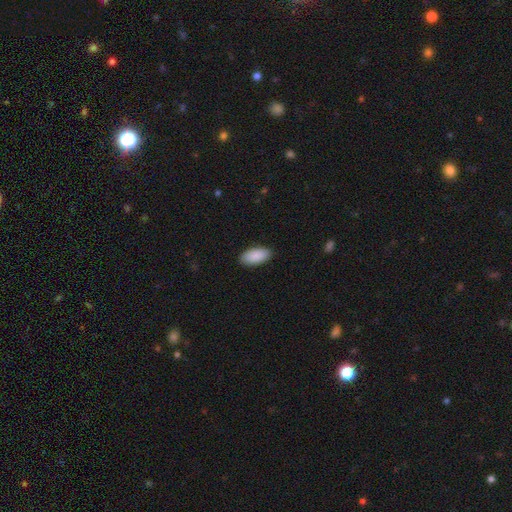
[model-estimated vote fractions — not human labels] This appears to be a smooth galaxy with no disk features (91%) that is in between round and cigar-shaped (93%). Merging: none (89%).